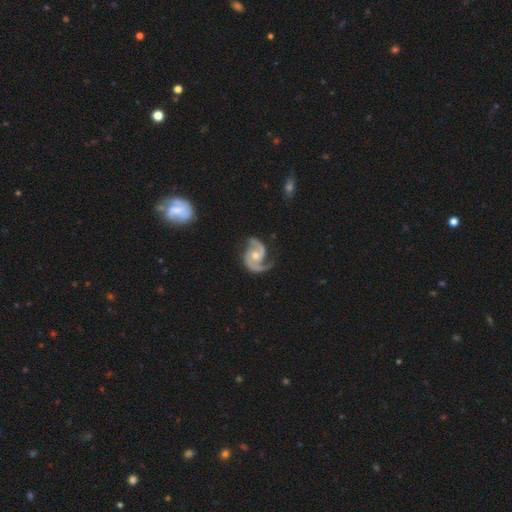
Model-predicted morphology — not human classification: smooth-or-featured: featured or disk: 92% | smooth: 4% | star or artifact: 4%
  disk-edge-on: no: 98% | yes: 2%
    bar: no: 64% | weak: 29% | strong: 7%
    has-spiral-arms: yes: 98% | no: 2%
      spiral-winding: medium: 56% | loose: 22% | tight: 22%
      spiral-arm-count: 2: 90% | 1: 4% | can't tell: 2% | 3: 2% | 4: 1% | more than 4: 1%
    bulge-size: moderate: 60% | small: 35% | large: 2% | none: 2% | dominant: 1%
  merging: none: 70% | minor disturbance: 19% | major disturbance: 9% | merger: 2%